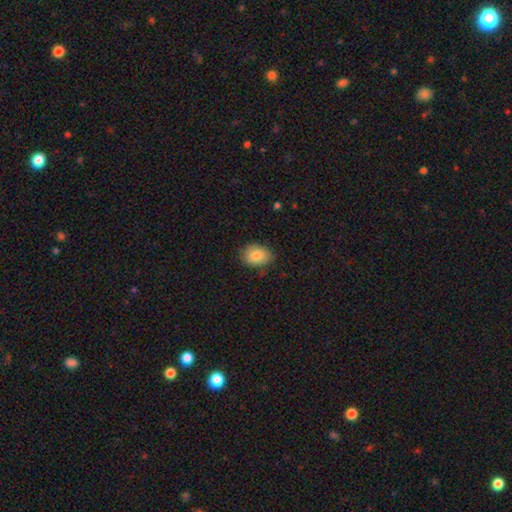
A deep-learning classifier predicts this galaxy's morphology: This is clearly a smooth galaxy (83%). How rounded: likely in between (67%). Merging: clearly none (81%).